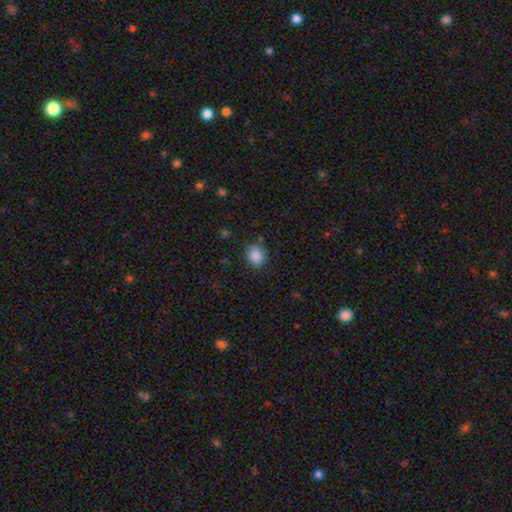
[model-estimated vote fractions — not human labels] smooth 88%, star or artifact 9%, featured or disk 3%. Down the decision tree: how rounded — round (71%); merging — none (85%).